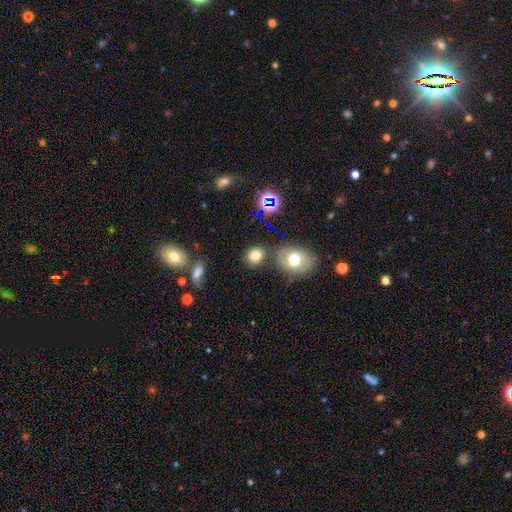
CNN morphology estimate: Smooth or featured?
  - smooth: 77% *
  - star or artifact: 16%
  - featured or disk: 8%
How rounded?
  - round: 67% *
  - in between: 31%
  - cigar-shaped: 1%
Merging?
  - none: 75% *
  - minor disturbance: 11%
  - merger: 10%
  - major disturbance: 4%